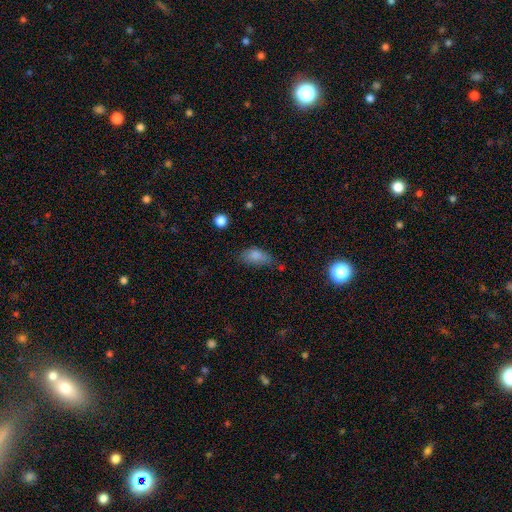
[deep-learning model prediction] This is clearly a smooth galaxy (82%). How rounded: clearly in between (89%). Merging: possibly none (57%).